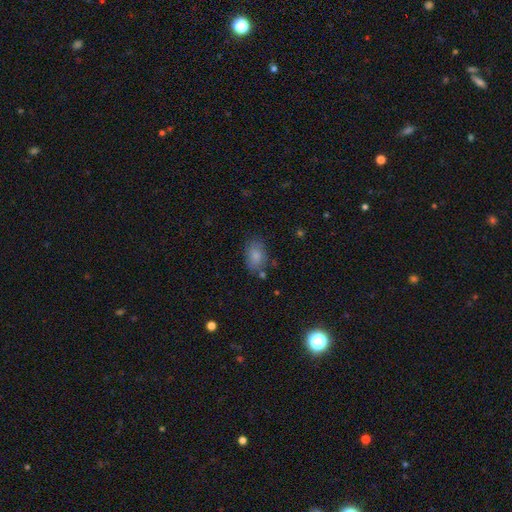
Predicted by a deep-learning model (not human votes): A smooth galaxy with no disk features (82%) that is in between round and cigar-shaped (85%).

Vote fractions:
- Smooth or featured? smooth: 82% / featured or disk: 10% / star or artifact: 8%
- How rounded? in between: 85% / round: 13% / cigar-shaped: 2%
- Merging? none: 70% / minor disturbance: 19% / major disturbance: 6% / merger: 5%